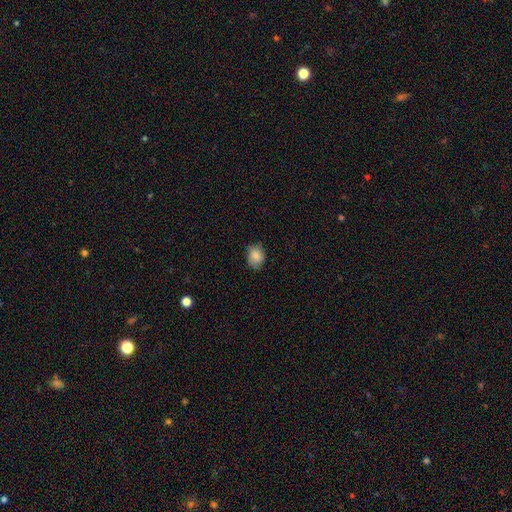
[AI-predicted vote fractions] A smooth galaxy with no disk features (86%) that is in between round and cigar-shaped (53%).

Vote fractions:
- Smooth or featured? smooth: 86% / star or artifact: 8% / featured or disk: 6%
- How rounded? in between: 53% / round: 46% / cigar-shaped: 1%
- Merging? none: 75% / minor disturbance: 21% / major disturbance: 4% / merger: 1%